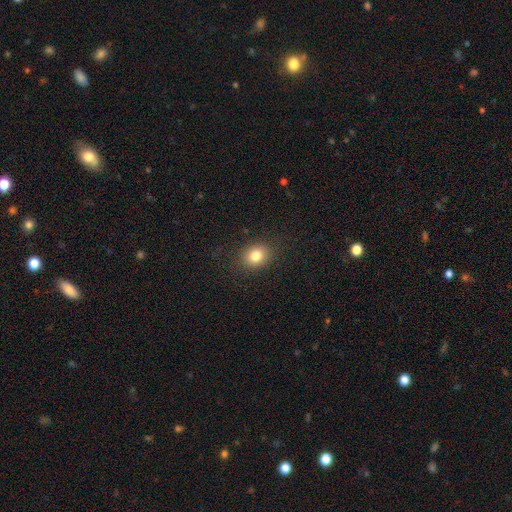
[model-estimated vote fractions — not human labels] This is clearly a smooth galaxy (81%). How rounded: possibly round (58%). Merging: clearly none (87%).